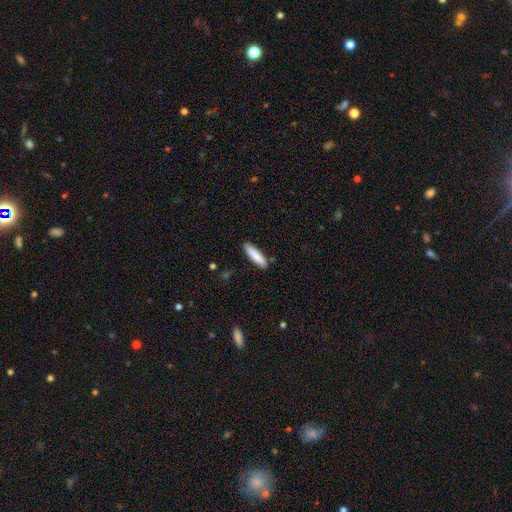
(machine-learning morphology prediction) Overall: smooth (85%). How rounded: cigar-shaped (74%). Merging: none (85%).